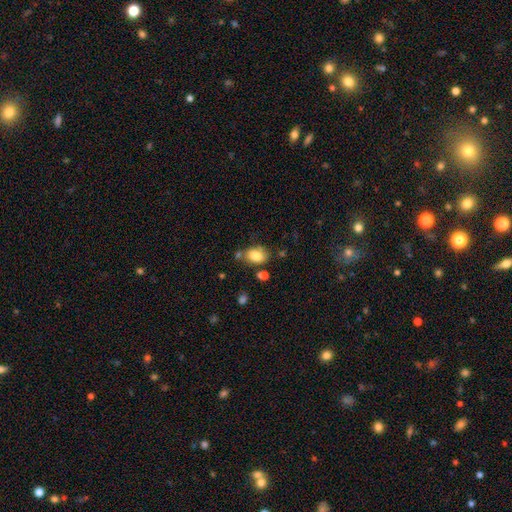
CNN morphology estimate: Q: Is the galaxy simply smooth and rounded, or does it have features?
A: smooth — 83%.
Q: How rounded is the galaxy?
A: in between — 76%.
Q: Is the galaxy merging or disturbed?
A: none — 66%.